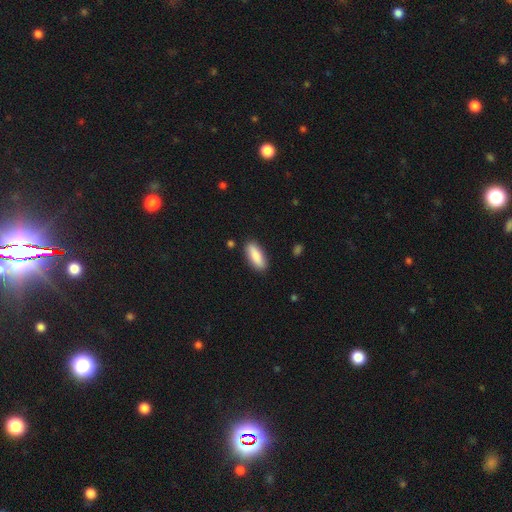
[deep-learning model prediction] This appears to be a smooth galaxy with no disk features (86%) that is in between round and cigar-shaped (67%). Merging: none (87%).